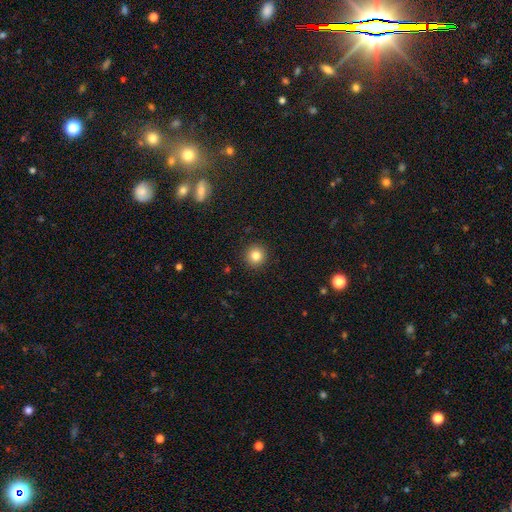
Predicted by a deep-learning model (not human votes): smooth_or_featured: smooth (p=0.83) [alt: star or artifact p=0.11]
how_rounded: round (p=0.93) [alt: in between p=0.06]
merging: none (p=0.92) [alt: minor disturbance p=0.05]